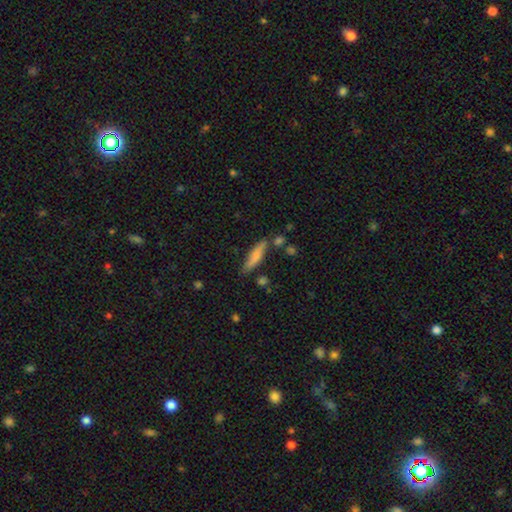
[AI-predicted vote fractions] Overall: smooth (73%). How rounded: cigar-shaped (77%). Merging: none (71%).